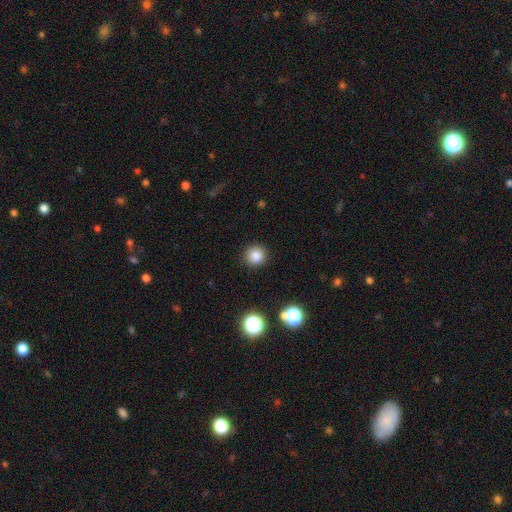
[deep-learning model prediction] Morphology: type=smooth (83%); roundness=round (92%); merging=none (90%).